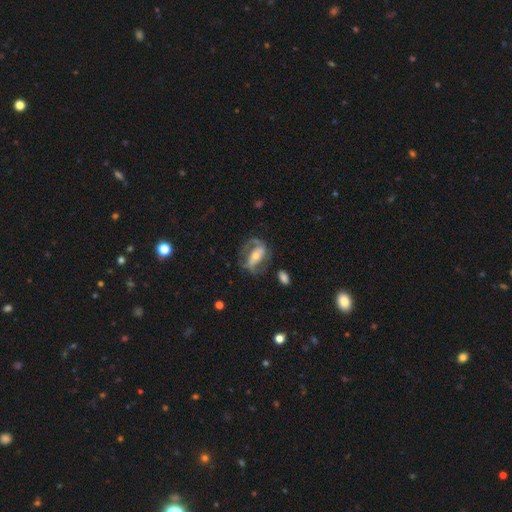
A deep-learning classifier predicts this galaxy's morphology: Q: Smooth or featured?
A: featured or disk (80%); runner-up: smooth (14%)
Q: Edge-on disk?
A: no (94%); runner-up: yes (6%)
Q: Bar?
A: strong (53%); runner-up: weak (26%)
Q: Spiral arms?
A: yes (85%); runner-up: no (15%)
Q: Spiral winding?
A: medium (47%); runner-up: tight (27%)
Q: Spiral arm count?
A: 2 (83%); runner-up: can't tell (8%)
Q: Bulge size?
A: moderate (50%); runner-up: small (42%)
Q: Merging?
A: none (64%); runner-up: minor disturbance (17%)